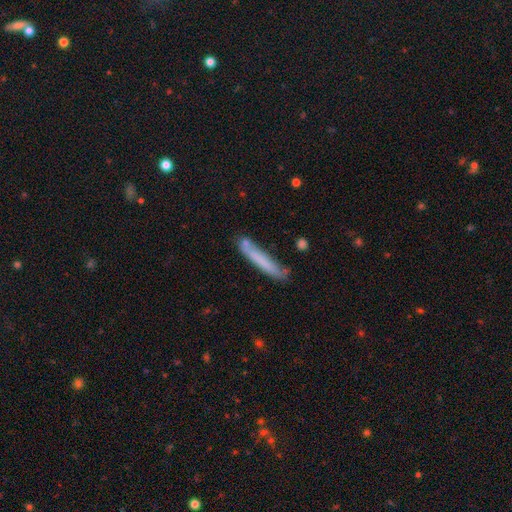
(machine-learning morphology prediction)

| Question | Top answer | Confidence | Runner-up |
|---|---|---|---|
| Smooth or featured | smooth | 68% | featured or disk (25%) |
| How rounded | cigar-shaped | 94% | in between (5%) |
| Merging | none | 69% | minor disturbance (19%) |